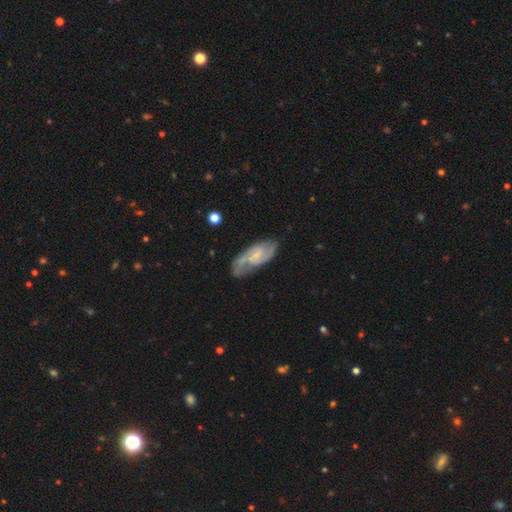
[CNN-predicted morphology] type=featured or disk (76%); edge-on=no (94%); bar=weak (46%); spiral arms=yes (93%); winding=medium (50%); arm count=2 (80%); bulge=small (61%); merging=none (68%).